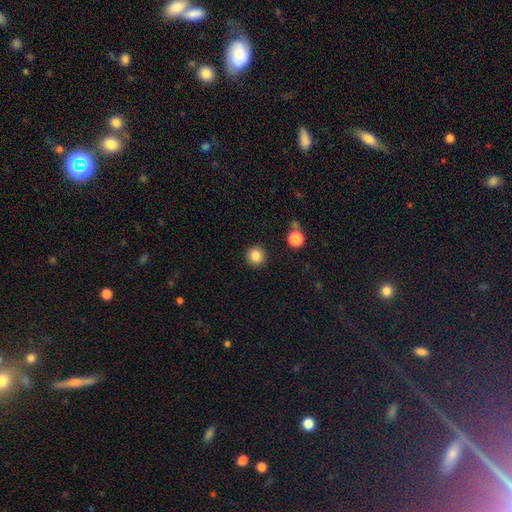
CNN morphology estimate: smooth 85%, star or artifact 10%, featured or disk 5%. Down the decision tree: how rounded — round (92%); merging — none (90%).